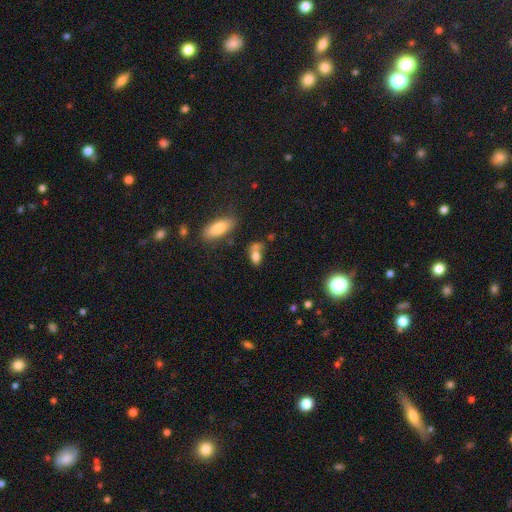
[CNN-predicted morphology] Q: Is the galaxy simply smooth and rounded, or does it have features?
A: smooth — 75%.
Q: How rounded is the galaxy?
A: in between — 77%.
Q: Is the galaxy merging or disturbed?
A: none — 35%.